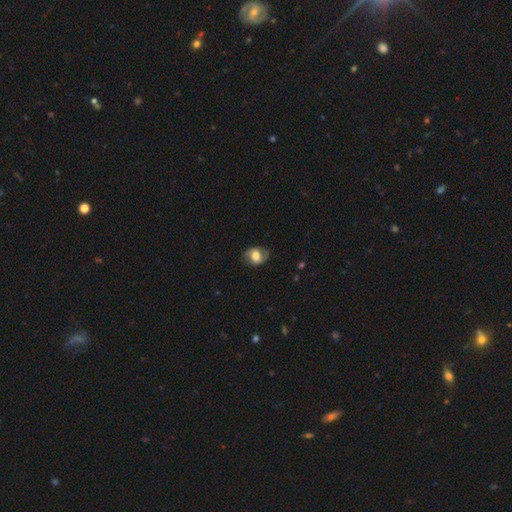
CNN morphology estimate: The model was most divided on "smooth or featured" (2-way tie): smooth: 46%, featured or disk: 46%, star or artifact: 8%. More confident: merging — none (74%).